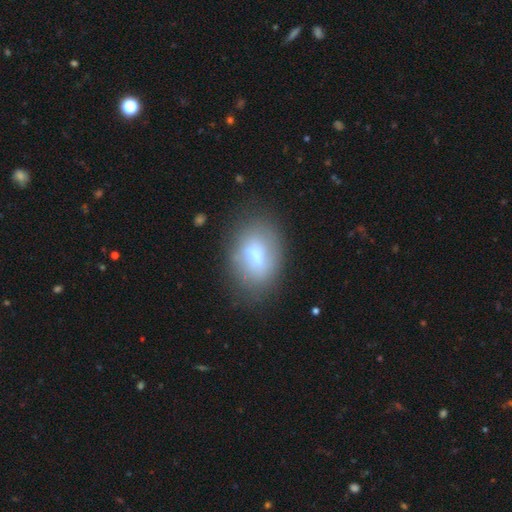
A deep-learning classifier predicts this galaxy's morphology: smooth-or-featured: smooth: 63% | featured or disk: 27% | star or artifact: 10%
  how-rounded: in between: 74% | round: 24% | cigar-shaped: 2%
  merging: none: 64% | minor disturbance: 21% | major disturbance: 11% | merger: 4%